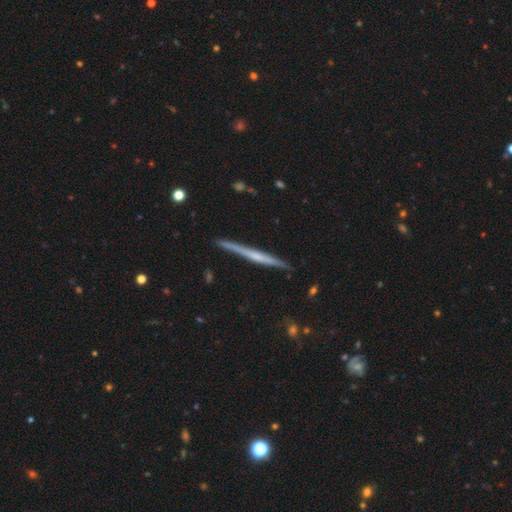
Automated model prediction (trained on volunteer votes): Smooth or featured: featured or disk — 63% (smooth — 31%)
Edge-on disk: yes — 98% (no — 2%)
Edge-on bulge: none — 63% (rounded — 28%)
Merging: none — 88% (minor disturbance — 9%)